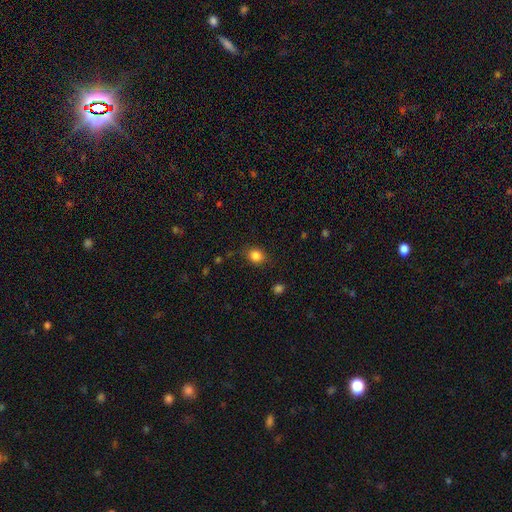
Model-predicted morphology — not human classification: type=smooth (84%); roundness=round (66%); merging=none (81%).